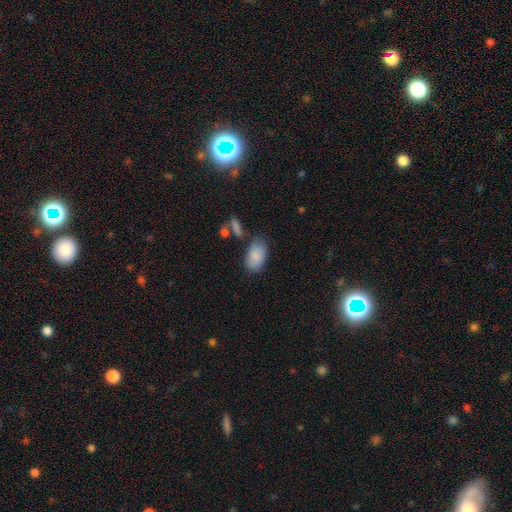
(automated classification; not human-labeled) This appears to be a smooth galaxy with no disk features (86%) that is in between round and cigar-shaped (93%). Merging: none (69%).